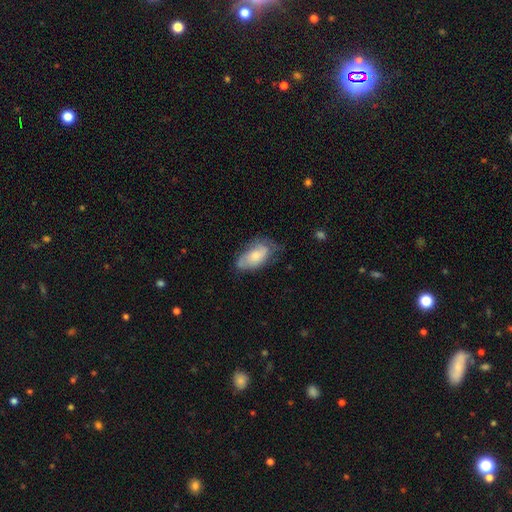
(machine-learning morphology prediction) smooth 56%, featured or disk 37%, star or artifact 7%. Down the decision tree: how rounded — in between (92%); merging — none (53%).